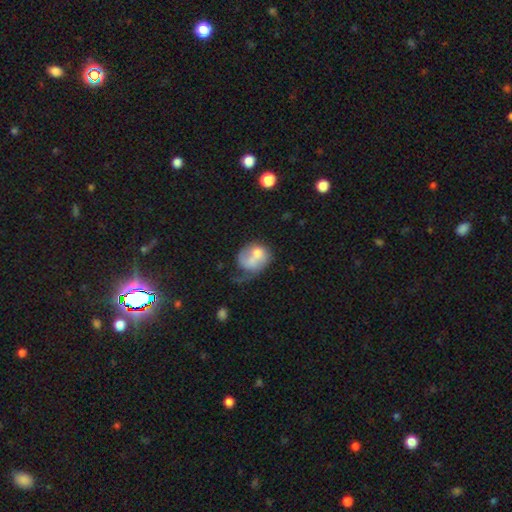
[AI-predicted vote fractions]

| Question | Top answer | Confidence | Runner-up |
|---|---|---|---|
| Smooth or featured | smooth | 51% | featured or disk (41%) |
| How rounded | round | 53% | in between (46%) |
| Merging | major disturbance | 33% | merger (27%) |